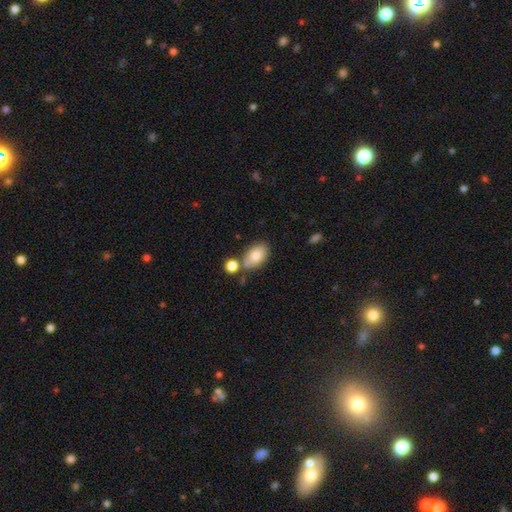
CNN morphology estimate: This appears to be a smooth galaxy with no disk features (79%) that is in between round and cigar-shaped (90%). Merging: none (62%).